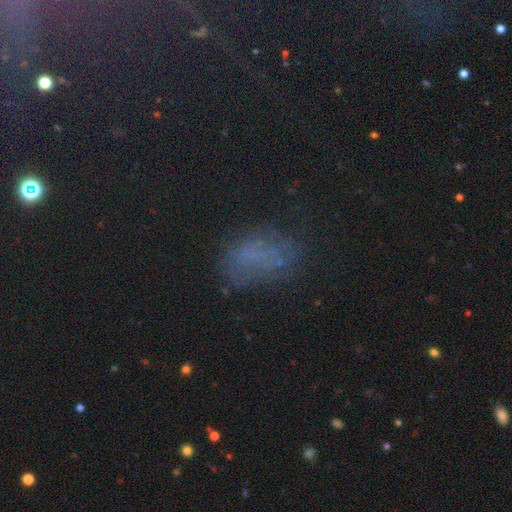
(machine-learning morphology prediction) A smooth galaxy with no disk features (47%).

Vote fractions:
- Smooth or featured? smooth: 47% / star or artifact: 35% / featured or disk: 18%
- Merging? none: 59% / minor disturbance: 21% / major disturbance: 16% / merger: 3%